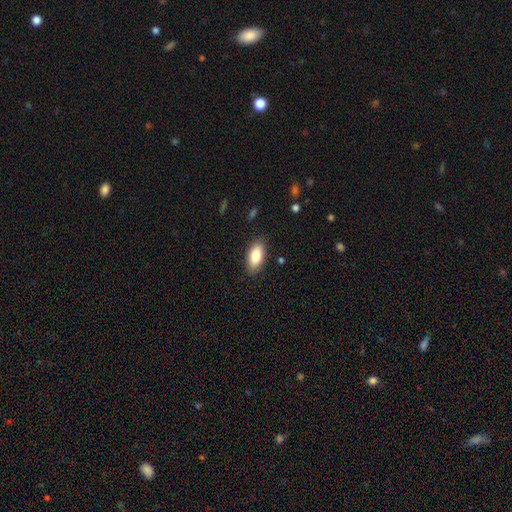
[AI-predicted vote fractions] The model was most divided on "smooth or featured": smooth: 82%, featured or disk: 11%, star or artifact: 7%. More confident: how rounded — in between (89%); merging — none (87%).